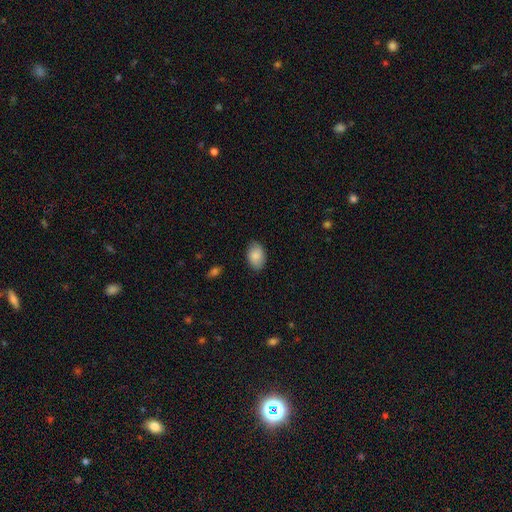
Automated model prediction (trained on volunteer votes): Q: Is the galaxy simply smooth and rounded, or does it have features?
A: smooth — 85%.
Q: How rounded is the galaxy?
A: in between — 88%.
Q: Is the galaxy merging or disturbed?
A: none — 84%.